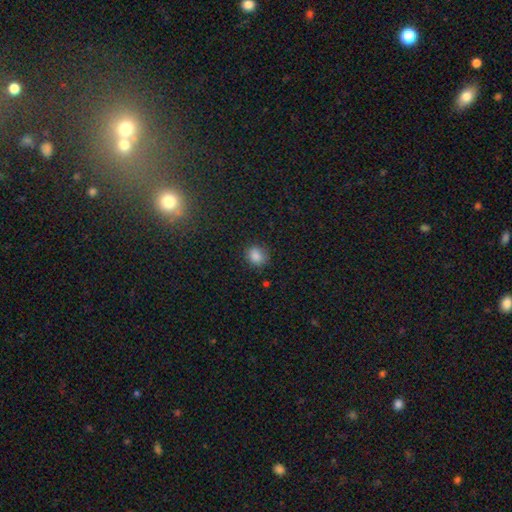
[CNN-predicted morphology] This appears to be a smooth galaxy with no disk features (84%) that is round (65%). Merging: none (81%).